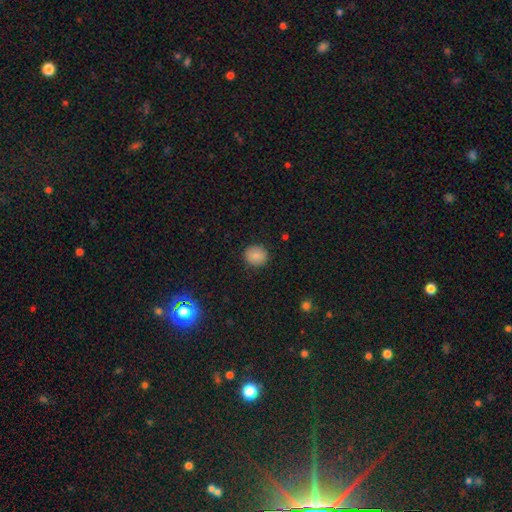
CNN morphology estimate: Smooth or featured: smooth — 83% (star or artifact — 10%)
How rounded: round — 86% (in between — 13%)
Merging: none — 89% (minor disturbance — 8%)